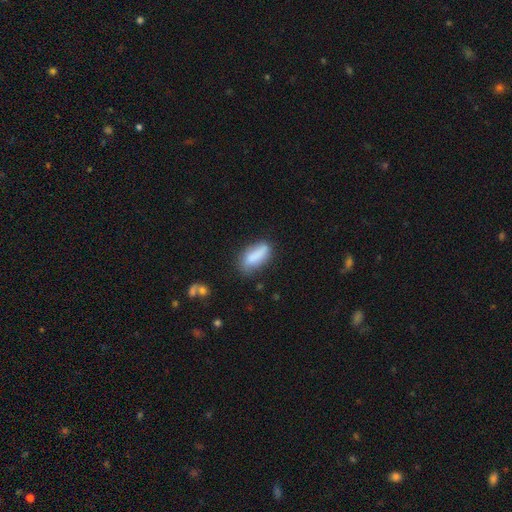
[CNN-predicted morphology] Smooth or featured?
  - smooth: 81% *
  - featured or disk: 11%
  - star or artifact: 7%
How rounded?
  - in between: 75% *
  - cigar-shaped: 22%
  - round: 3%
Merging?
  - none: 62% *
  - minor disturbance: 25%
  - major disturbance: 8%
  - merger: 5%